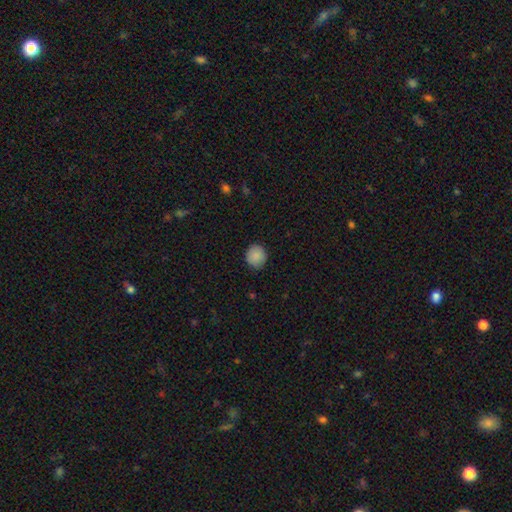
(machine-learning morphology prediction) smooth_or_featured: smooth (p=0.88) [alt: star or artifact p=0.08]
how_rounded: round (p=0.88) [alt: in between p=0.11]
merging: none (p=0.87) [alt: minor disturbance p=0.10]